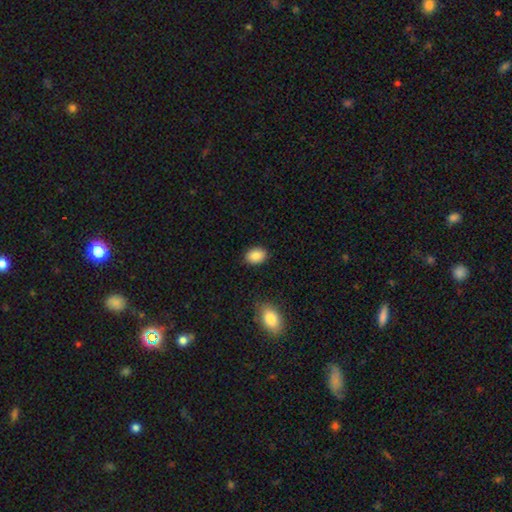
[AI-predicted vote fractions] smooth 89%, star or artifact 7%, featured or disk 4%. Down the decision tree: how rounded — in between (77%); merging — none (87%).